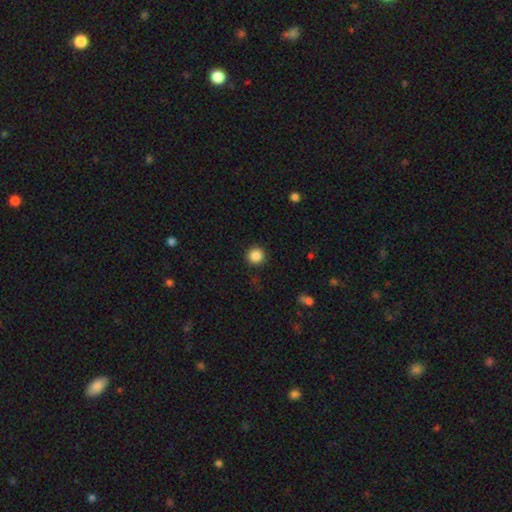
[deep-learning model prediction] The model was most divided on "smooth or featured": smooth: 86%, star or artifact: 10%, featured or disk: 3%. More confident: how rounded — round (95%); merging — none (92%).